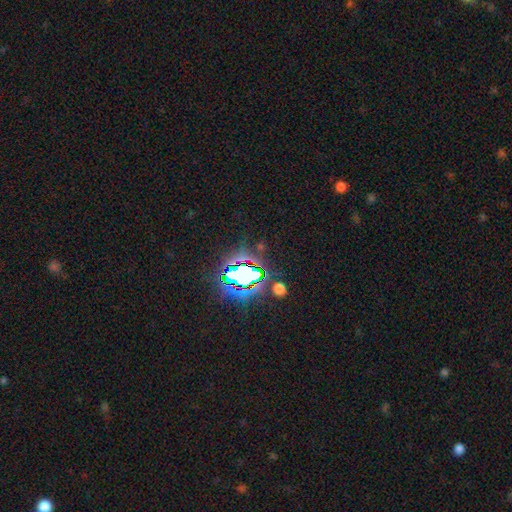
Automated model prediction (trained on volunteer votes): Morphology: type=star or artifact (80%).